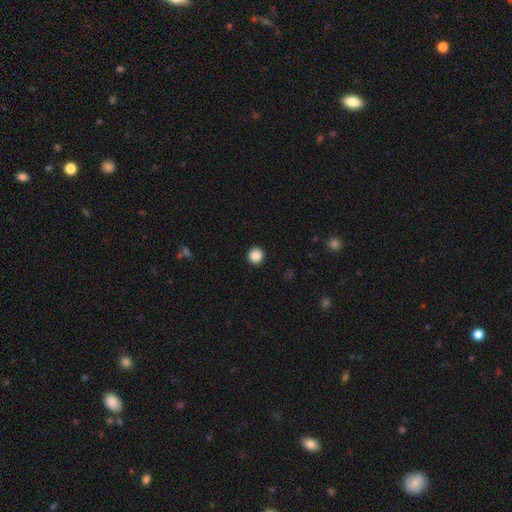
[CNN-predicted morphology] This appears to be a smooth galaxy with no disk features (88%) that is round (95%). Merging: none (93%).